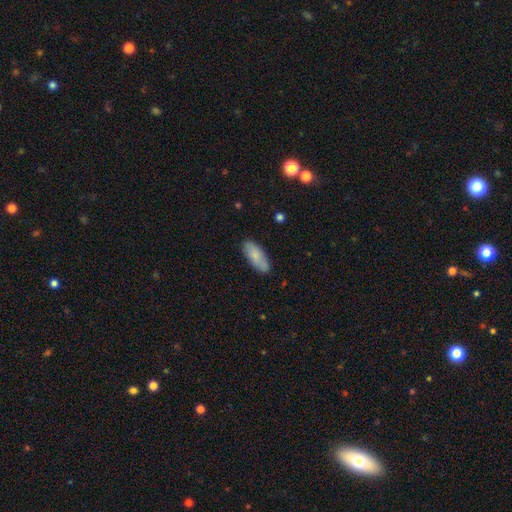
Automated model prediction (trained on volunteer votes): This appears to be a smooth galaxy with no disk features (77%) that is in between round and cigar-shaped (78%). Merging: none (83%).